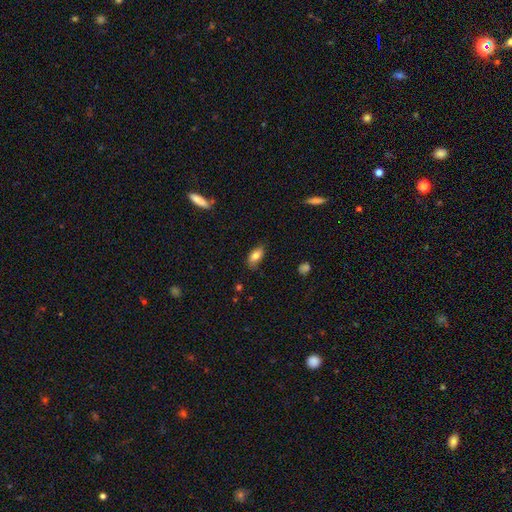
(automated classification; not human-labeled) Smooth or featured? smooth (79%)
How rounded? in between (89%)
Merging? none (74%)